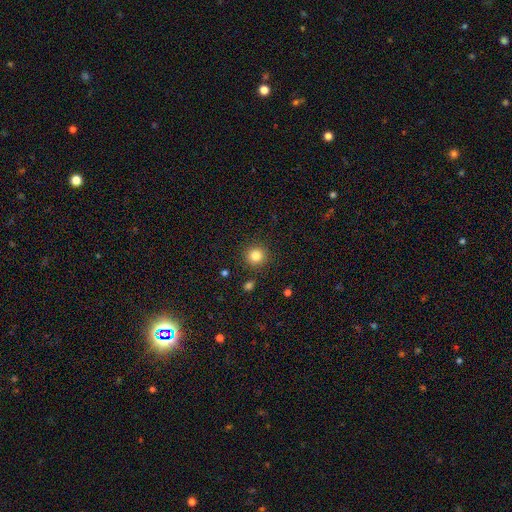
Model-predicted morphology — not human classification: type=smooth (83%); roundness=round (94%); merging=none (90%).